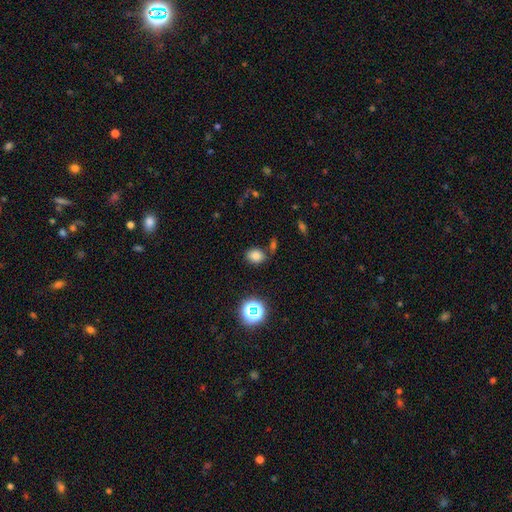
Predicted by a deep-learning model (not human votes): Smooth or featured? smooth (78%)
How rounded? in between (57%)
Merging? none (74%)